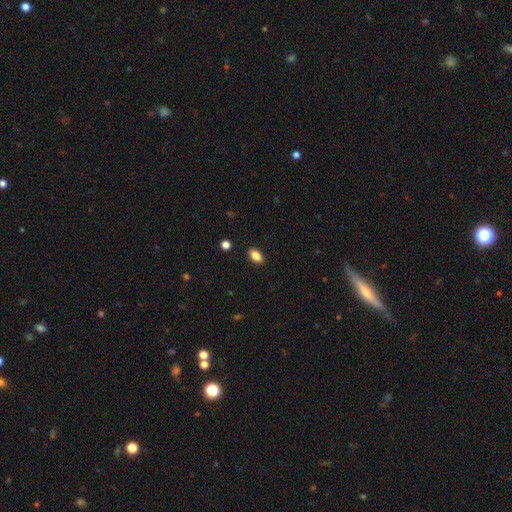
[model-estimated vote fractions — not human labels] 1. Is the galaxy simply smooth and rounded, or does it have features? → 86% smooth, 9% star or artifact, 6% featured or disk.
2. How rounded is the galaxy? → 89% in between, 8% round, 3% cigar-shaped.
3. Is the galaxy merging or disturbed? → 89% none, 8% minor disturbance, 2% major disturbance, 1% merger.